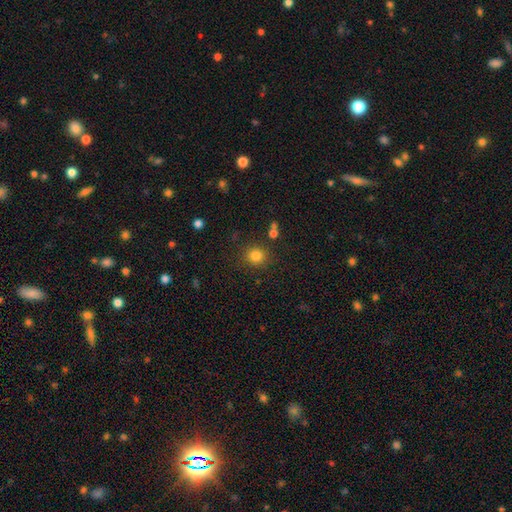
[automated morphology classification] Q: Smooth or featured?
A: smooth (82%); runner-up: star or artifact (13%)
Q: How rounded?
A: round (87%); runner-up: in between (12%)
Q: Merging?
A: none (84%); runner-up: minor disturbance (8%)